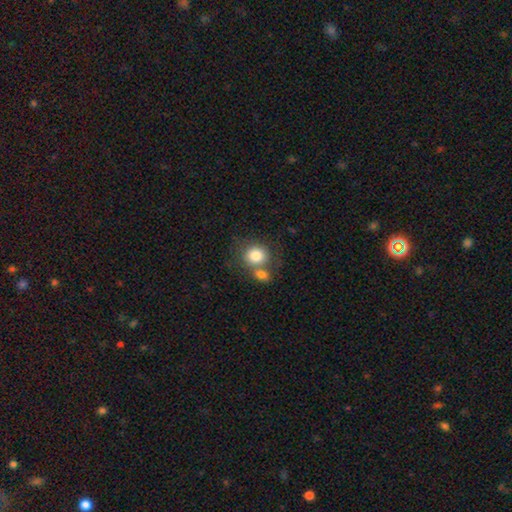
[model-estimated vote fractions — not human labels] A smooth galaxy with no disk features (82%) that is round (77%).

Vote fractions:
- Smooth or featured? smooth: 82% / featured or disk: 10% / star or artifact: 8%
- How rounded? round: 77% / in between: 22% / cigar-shaped: 1%
- Merging? none: 48% / merger: 36% / minor disturbance: 11% / major disturbance: 5%